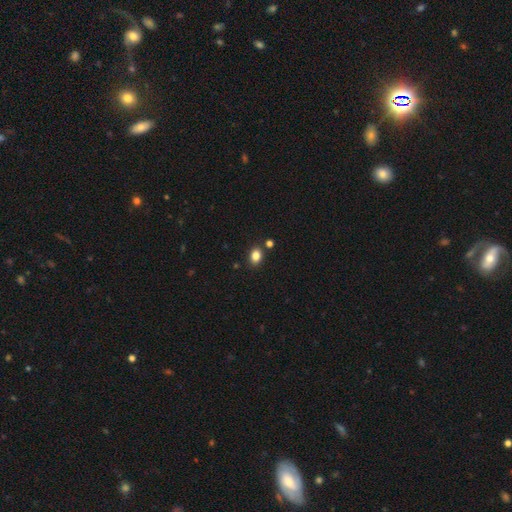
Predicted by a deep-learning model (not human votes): Smooth or featured?
  - smooth: 83% *
  - star or artifact: 11%
  - featured or disk: 6%
How rounded?
  - in between: 65% *
  - round: 34%
  - cigar-shaped: 1%
Merging?
  - none: 83% *
  - minor disturbance: 9%
  - merger: 6%
  - major disturbance: 2%